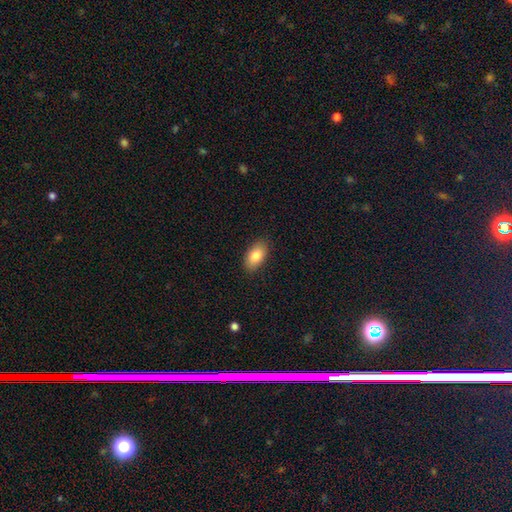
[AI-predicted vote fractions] smooth-or-featured: smooth: 84% | featured or disk: 9% | star or artifact: 7%
  how-rounded: in between: 93% | round: 4% | cigar-shaped: 3%
  merging: none: 87% | minor disturbance: 9% | major disturbance: 2% | merger: 1%